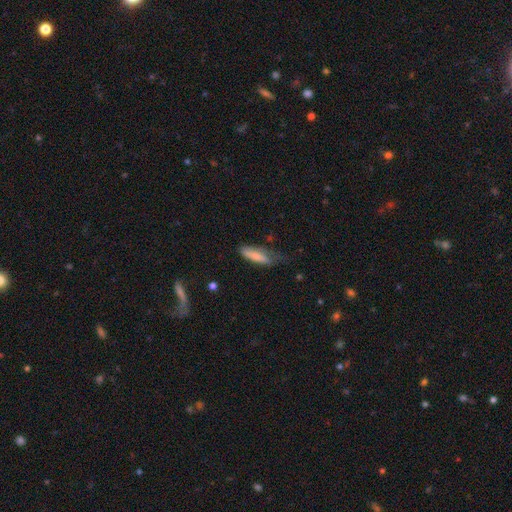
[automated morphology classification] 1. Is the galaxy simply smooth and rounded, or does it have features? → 78% smooth, 16% featured or disk, 6% star or artifact.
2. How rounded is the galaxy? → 62% cigar-shaped, 37% in between, 2% round.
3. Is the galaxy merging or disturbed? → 42% none, 38% minor disturbance, 17% major disturbance, 3% merger.